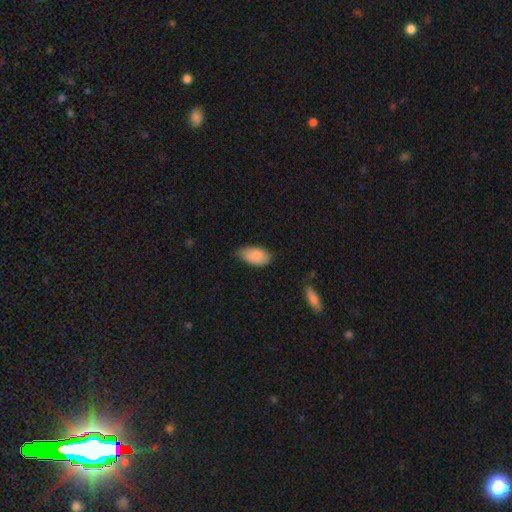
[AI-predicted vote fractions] Smooth or featured?
  - smooth: 88% *
  - star or artifact: 6%
  - featured or disk: 6%
How rounded?
  - in between: 94% *
  - round: 3%
  - cigar-shaped: 3%
Merging?
  - none: 73% *
  - minor disturbance: 23%
  - major disturbance: 3%
  - merger: 1%